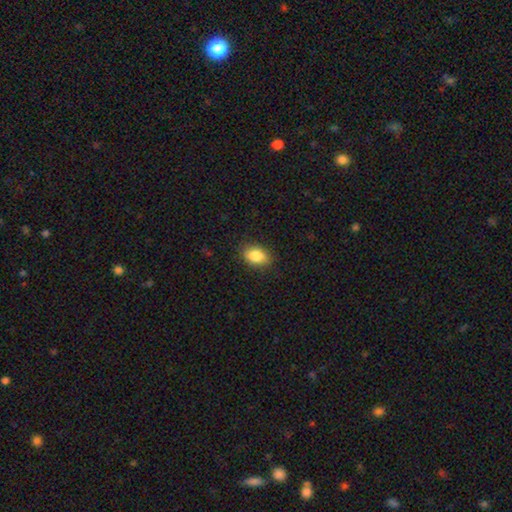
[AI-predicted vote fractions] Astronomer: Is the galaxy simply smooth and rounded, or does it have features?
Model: smooth — 85%.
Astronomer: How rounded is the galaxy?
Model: in between — 78%.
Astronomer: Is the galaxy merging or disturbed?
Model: none — 86%.